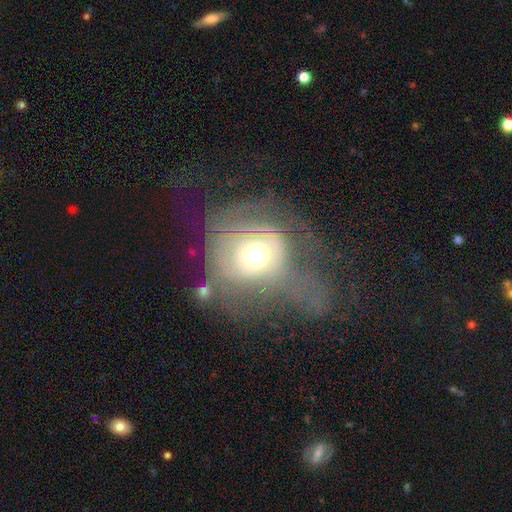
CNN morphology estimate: Q: Smooth or featured?
A: featured or disk (46%); runner-up: smooth (42%)
Q: Merging?
A: major disturbance (51%); runner-up: none (25%)